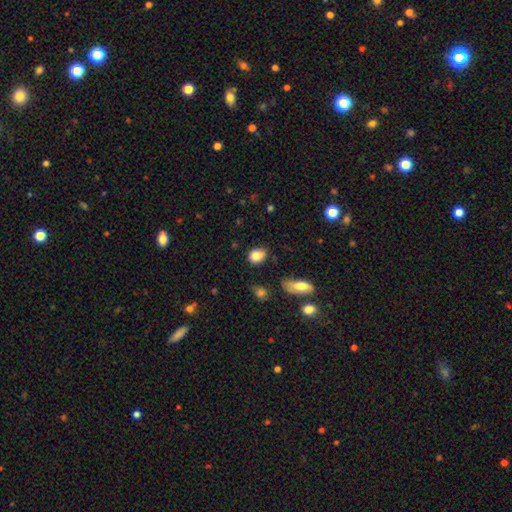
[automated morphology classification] A smooth galaxy with no disk features (83%) that is in between round and cigar-shaped (54%). Merging: none (72%).